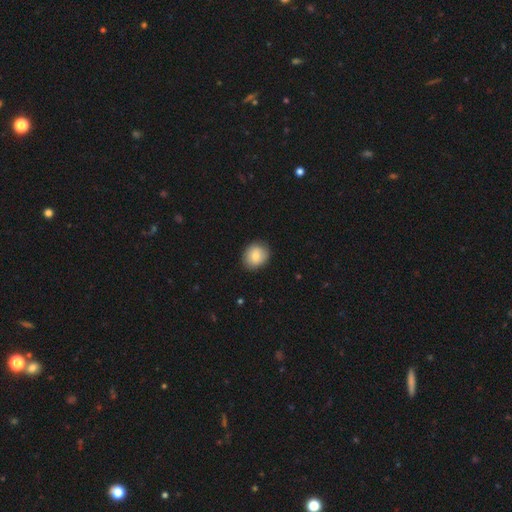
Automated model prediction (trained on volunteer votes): Q: Smooth or featured?
A: smooth (78%); runner-up: featured or disk (14%)
Q: How rounded?
A: round (67%); runner-up: in between (32%)
Q: Merging?
A: none (87%); runner-up: minor disturbance (10%)